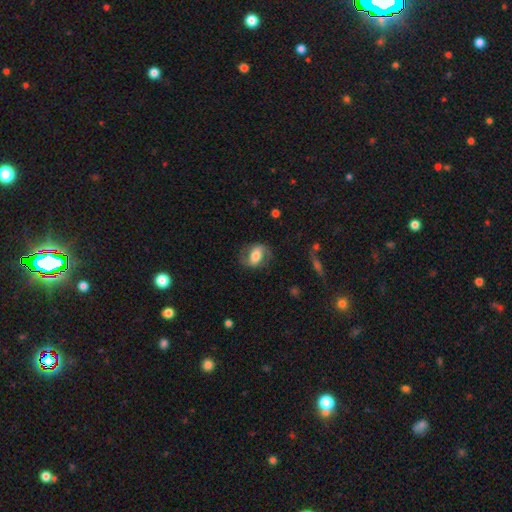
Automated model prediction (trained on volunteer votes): Smooth or featured: featured or disk — 51% (smooth — 42%)
Edge-on disk: no — 93% (yes — 7%)
Merging: none — 73% (minor disturbance — 16%)